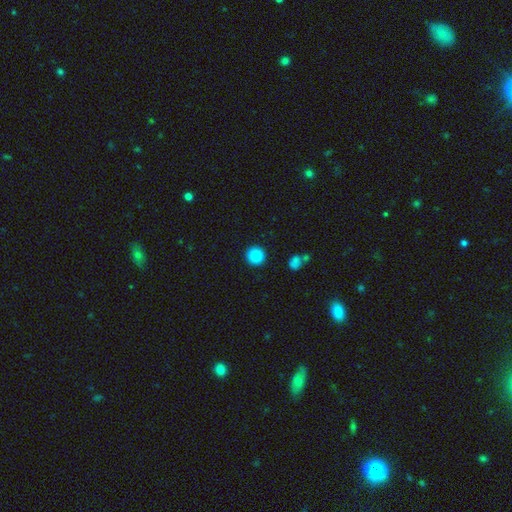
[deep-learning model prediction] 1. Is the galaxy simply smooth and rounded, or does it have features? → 88% smooth, 9% star or artifact, 3% featured or disk.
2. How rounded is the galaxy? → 94% round, 5% in between, 1% cigar-shaped.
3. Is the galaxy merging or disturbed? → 91% none, 5% minor disturbance, 2% major disturbance, 1% merger.